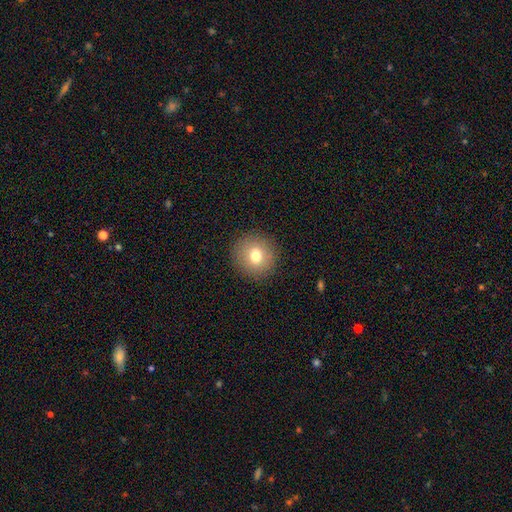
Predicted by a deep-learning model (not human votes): smooth 74%, featured or disk 15%, star or artifact 11%. Down the decision tree: how rounded — round (92%); merging — none (91%).